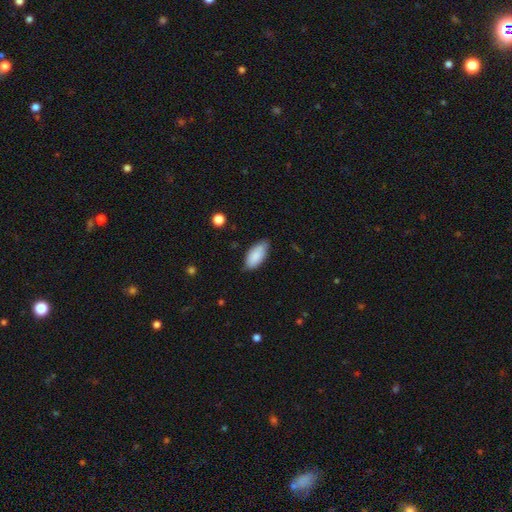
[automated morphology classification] Smooth or featured? smooth (87%)
How rounded? in between (91%)
Merging? none (76%)